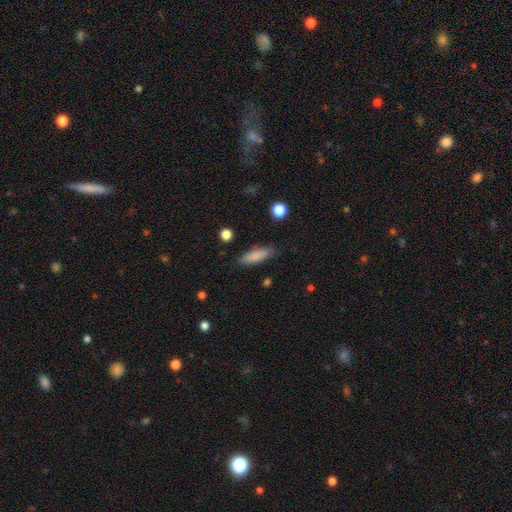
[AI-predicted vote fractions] The model was most divided on "how rounded": cigar-shaped: 53%, in between: 45%, round: 2%. More confident: merging — none (83%); smooth or featured — smooth (83%).